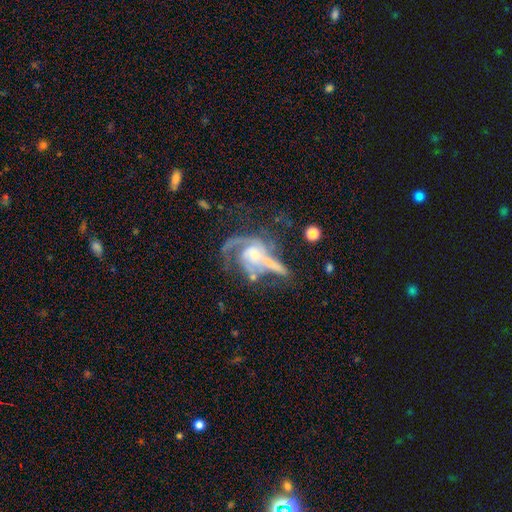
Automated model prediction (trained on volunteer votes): smooth-or-featured: featured or disk: 83% | smooth: 10% | star or artifact: 6%
  disk-edge-on: no: 96% | yes: 4%
    bar: no: 65% | weak: 27% | strong: 8%
    has-spiral-arms: yes: 90% | no: 10%
      spiral-winding: medium: 44% | tight: 32% | loose: 24%
      spiral-arm-count: 2: 38% | 1: 26% | can't tell: 17% | 3: 13% | 4: 3% | more than 4: 3%
    bulge-size: small: 40% (tied) | moderate: 40% (tied) | none: 9% | large: 8% | dominant: 2%
  merging: major disturbance: 33% | none: 29% | merger: 23% | minor disturbance: 15%